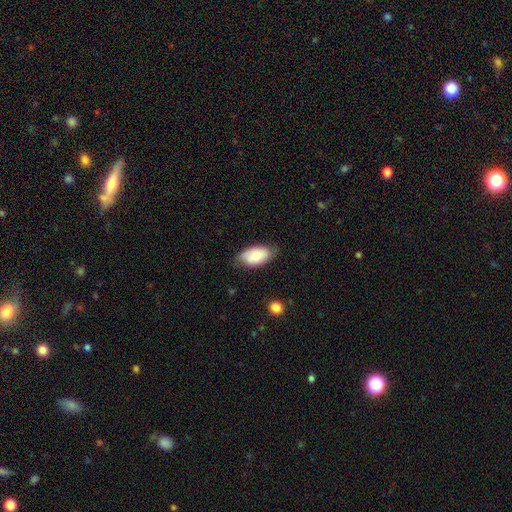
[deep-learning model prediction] smooth-or-featured: smooth: 81% | featured or disk: 13% | star or artifact: 6%
  how-rounded: in between: 94% | round: 3% | cigar-shaped: 2%
  merging: none: 71% | minor disturbance: 23% | major disturbance: 5% | merger: 1%